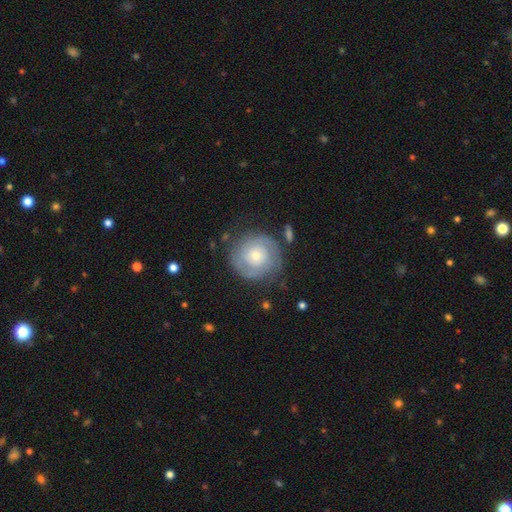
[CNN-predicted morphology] Smooth or featured? featured or disk (74%)
Edge-on disk? no (98%)
Bar? no (80%)
Spiral arms? yes (90%)
Spiral winding? tight (73%)
Spiral arm count? 2 (55%)
Bulge size? small (57%)
Merging? none (77%)